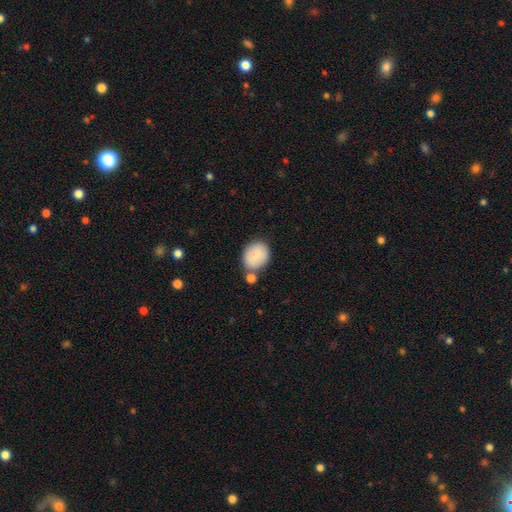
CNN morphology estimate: type=smooth (82%); roundness=round (52%); merging=none (66%).